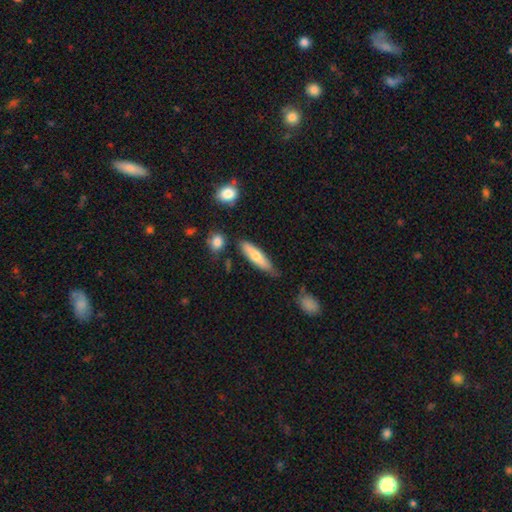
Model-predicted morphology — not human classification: A smooth galaxy with no disk features (67%) that is cigar-shaped (72%).

Vote fractions:
- Smooth or featured? smooth: 67% / featured or disk: 26% / star or artifact: 6%
- How rounded? cigar-shaped: 72% / in between: 26% / round: 2%
- Merging? none: 68% / minor disturbance: 22% / merger: 5% / major disturbance: 4%